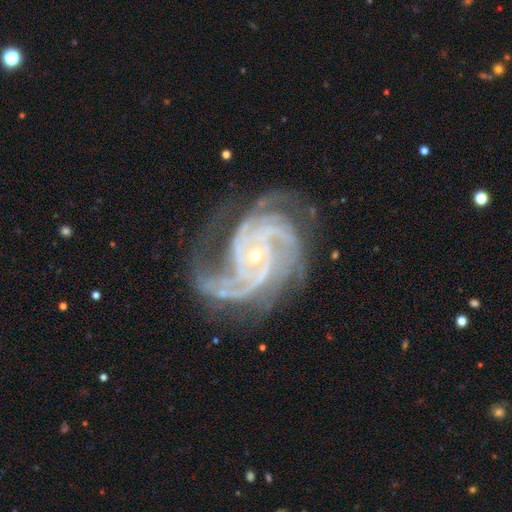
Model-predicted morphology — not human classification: featured or disk 92%, star or artifact 6%, smooth 2%. Down the decision tree: edge-on disk — no (98%); bar — no (60%); spiral arms — yes (99%); spiral arm count — 3 (34%); spiral winding — tight (55%); bulge size — small (81%); merging — none (64%).